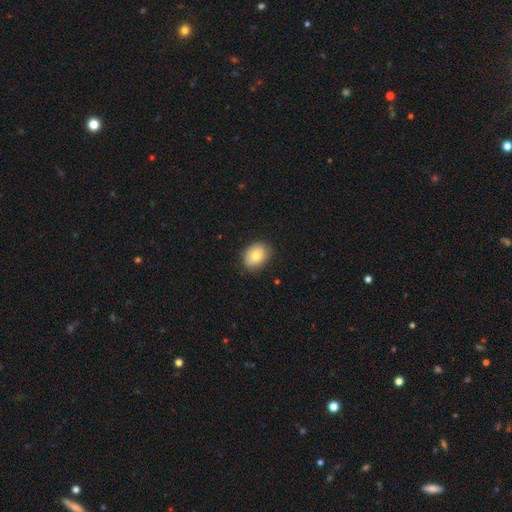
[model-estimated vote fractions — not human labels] A smooth galaxy with no disk features (77%) that is in between round and cigar-shaped (62%). Merging: none (83%).